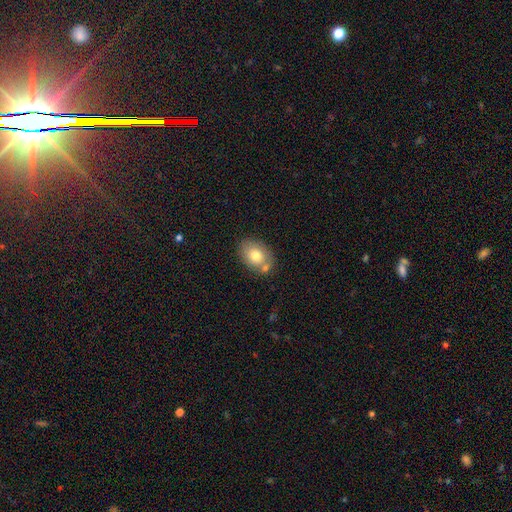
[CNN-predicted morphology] The model was most divided on "merging": none: 63%, merger: 17%, minor disturbance: 16%, major disturbance: 4%. More confident: smooth or featured — smooth (75%); how rounded — in between (74%).